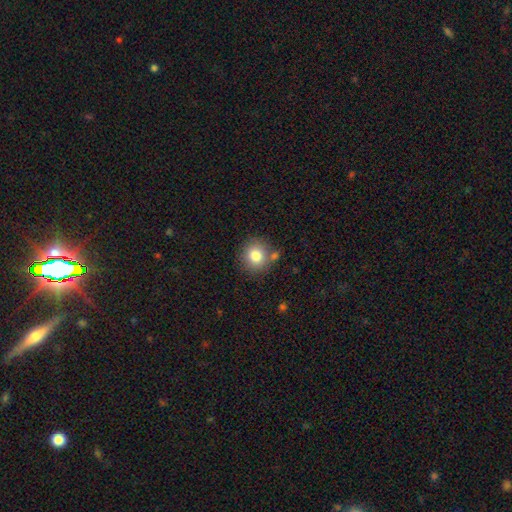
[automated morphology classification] This is likely a smooth galaxy (80%). How rounded: clearly round (87%). Merging: likely none (78%).